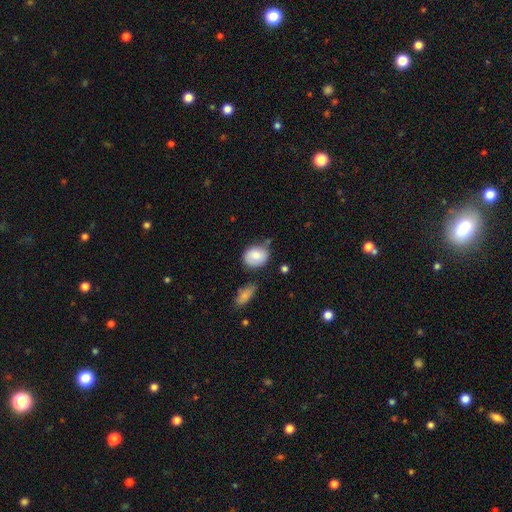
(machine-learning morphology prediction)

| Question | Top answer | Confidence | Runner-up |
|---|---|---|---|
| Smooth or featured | smooth | 79% | featured or disk (13%) |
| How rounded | round | 51% | in between (48%) |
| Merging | none | 59% | minor disturbance (27%) |